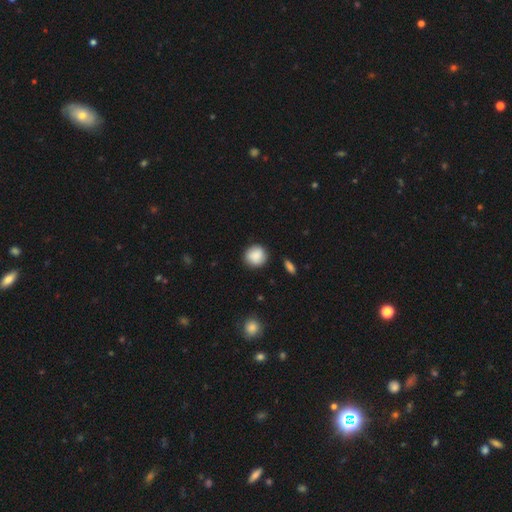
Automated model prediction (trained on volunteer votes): A smooth galaxy with no disk features (86%) that is round (91%). Merging: none (86%).